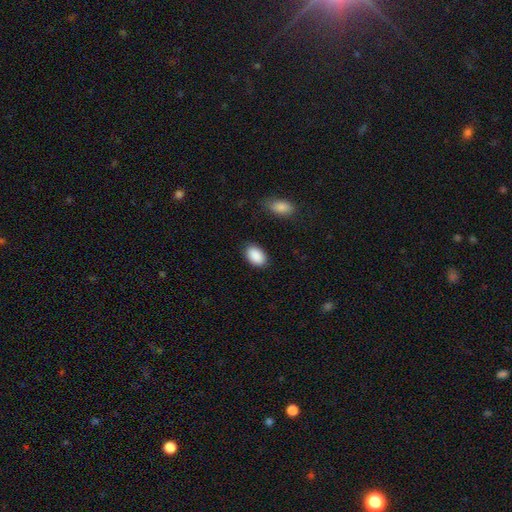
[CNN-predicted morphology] The model was most divided on "merging": none: 86%, minor disturbance: 10%, major disturbance: 3%, merger: 2%. More confident: how rounded — in between (91%); smooth or featured — smooth (91%).